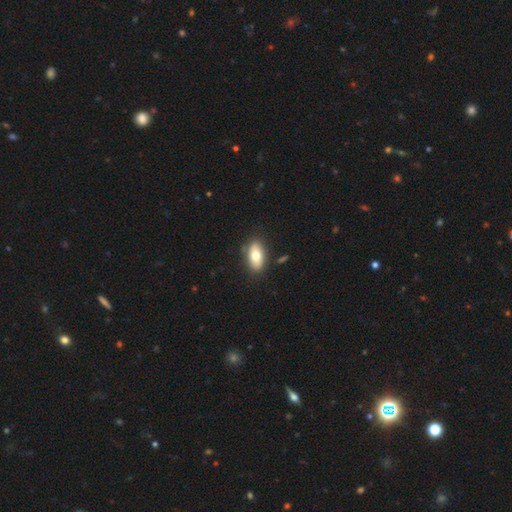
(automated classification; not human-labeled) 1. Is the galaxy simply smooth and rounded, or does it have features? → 71% smooth, 22% featured or disk, 6% star or artifact.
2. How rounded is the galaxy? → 90% in between, 5% cigar-shaped, 5% round.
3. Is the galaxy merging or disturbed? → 82% none, 12% minor disturbance, 3% merger, 3% major disturbance.